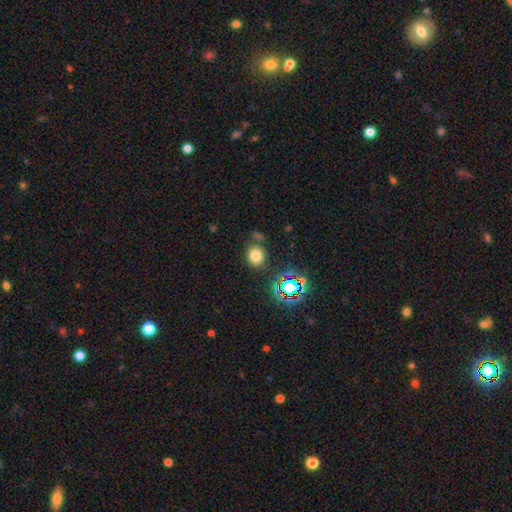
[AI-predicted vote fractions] A smooth galaxy with no disk features (71%) that is round (69%).

Vote fractions:
- Smooth or featured? smooth: 71% / star or artifact: 21% / featured or disk: 8%
- How rounded? round: 69% / in between: 30% / cigar-shaped: 1%
- Merging? none: 75% / minor disturbance: 12% / merger: 9% / major disturbance: 4%